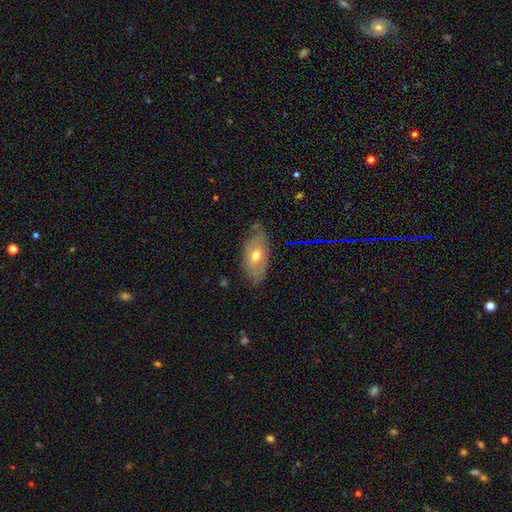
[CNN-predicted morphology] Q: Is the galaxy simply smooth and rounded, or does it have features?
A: smooth — 50%.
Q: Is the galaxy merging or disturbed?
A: none — 69%.